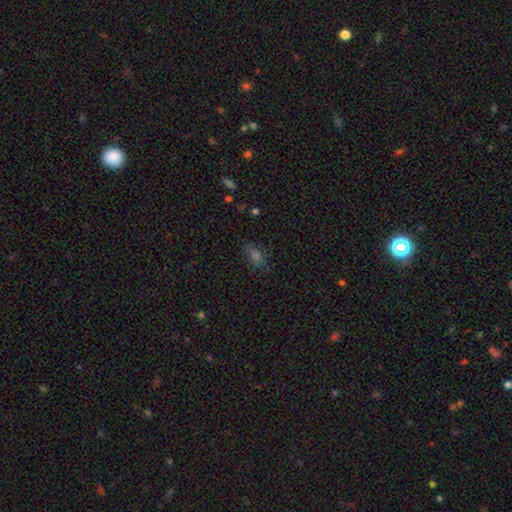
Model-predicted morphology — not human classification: Smooth or featured? smooth (54%)
How rounded? in between (73%)
Merging? none (76%)